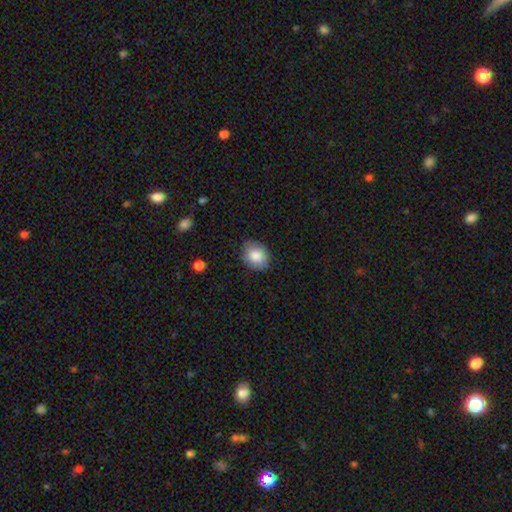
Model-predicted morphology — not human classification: The model was most divided on "how rounded": in between: 65%, round: 34%, cigar-shaped: 1%. More confident: merging — none (83%); smooth or featured — smooth (83%).